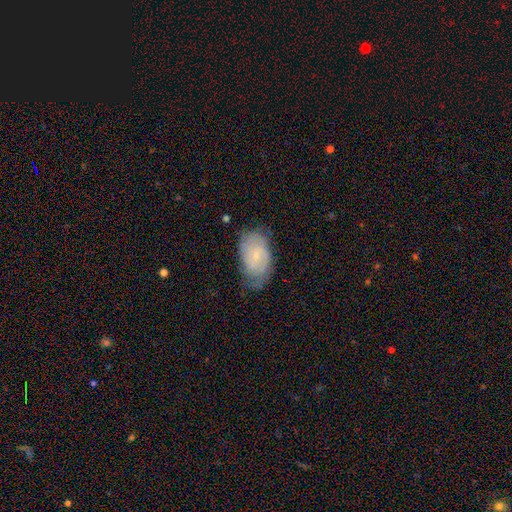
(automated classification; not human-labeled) Overall: featured or disk (56%; smooth 37%). Edge-on disk: no (95%). Bar: no (67%; weak 28%). Spiral arms: yes (82%). Bulge size: small (79%). Merging: none (57%; minor disturbance 30%).